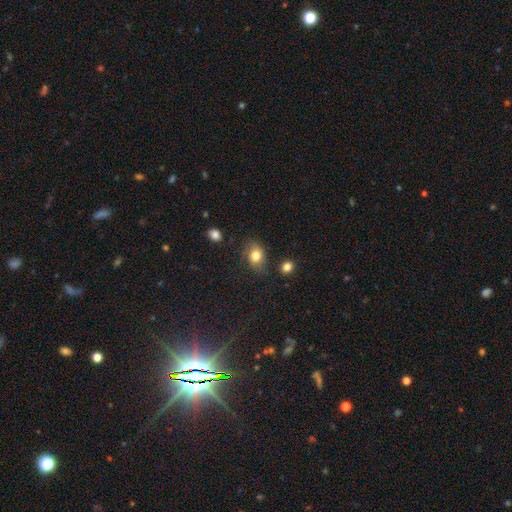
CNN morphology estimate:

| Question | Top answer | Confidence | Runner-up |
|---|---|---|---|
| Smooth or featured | smooth | 80% | featured or disk (10%) |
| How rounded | in between | 63% | round (36%) |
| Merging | none | 69% | minor disturbance (22%) |